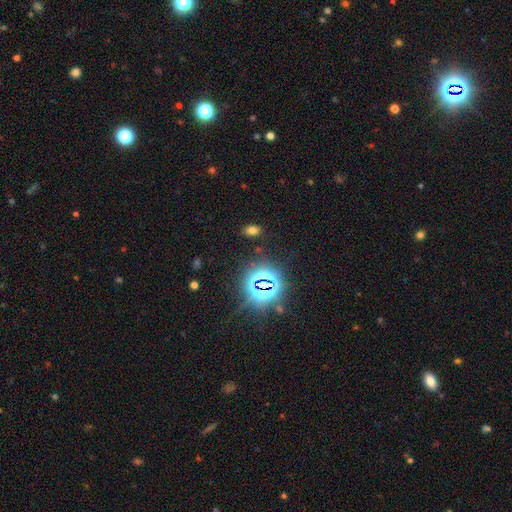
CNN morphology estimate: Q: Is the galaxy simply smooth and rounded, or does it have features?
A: star or artifact — 82%.